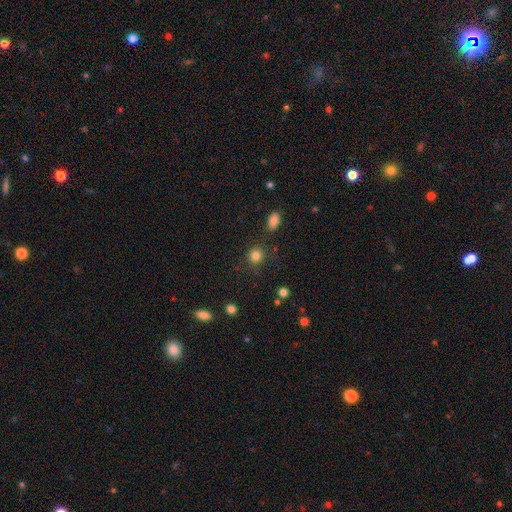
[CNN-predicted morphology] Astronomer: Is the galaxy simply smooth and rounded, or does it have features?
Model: smooth — 83%.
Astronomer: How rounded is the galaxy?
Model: round — 88%.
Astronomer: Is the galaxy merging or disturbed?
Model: none — 81%.